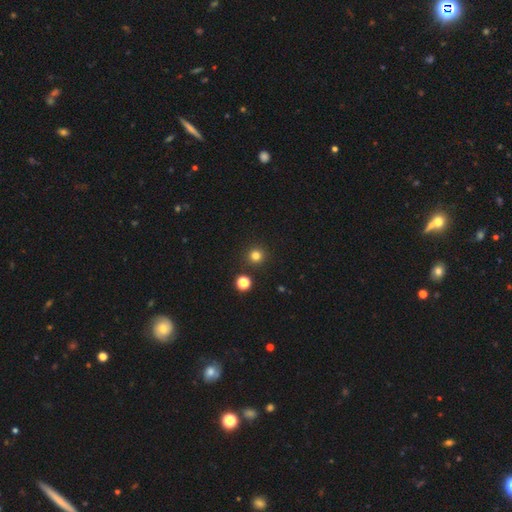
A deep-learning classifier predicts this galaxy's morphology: smooth 80%, star or artifact 15%, featured or disk 5%. Down the decision tree: how rounded — round (95%); merging — none (90%).